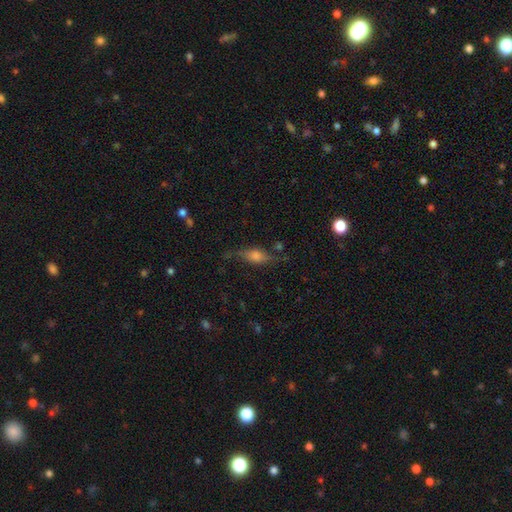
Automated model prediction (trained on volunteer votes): Smooth or featured: featured or disk — 48% (smooth — 39%)
Merging: none — 69% (minor disturbance — 21%)